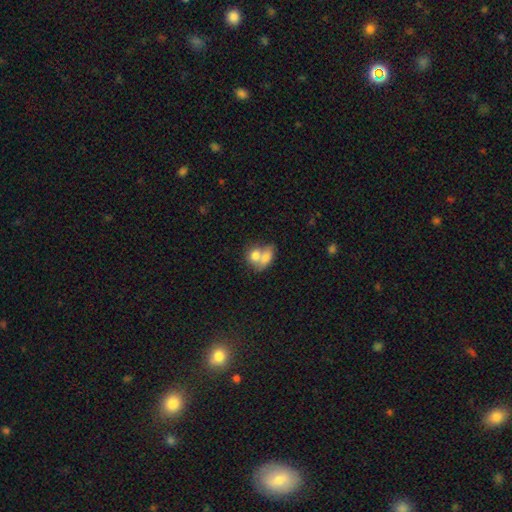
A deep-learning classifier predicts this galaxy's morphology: This appears to be a smooth galaxy with no disk features (75%) that is in between round and cigar-shaped (60%). Merging: merger (69%).